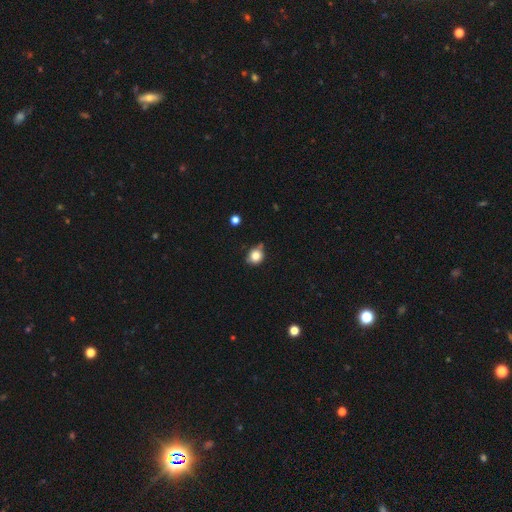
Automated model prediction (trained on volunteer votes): Q: Smooth or featured?
A: smooth (81%); runner-up: star or artifact (11%)
Q: How rounded?
A: round (74%); runner-up: in between (25%)
Q: Merging?
A: none (63%); runner-up: minor disturbance (26%)